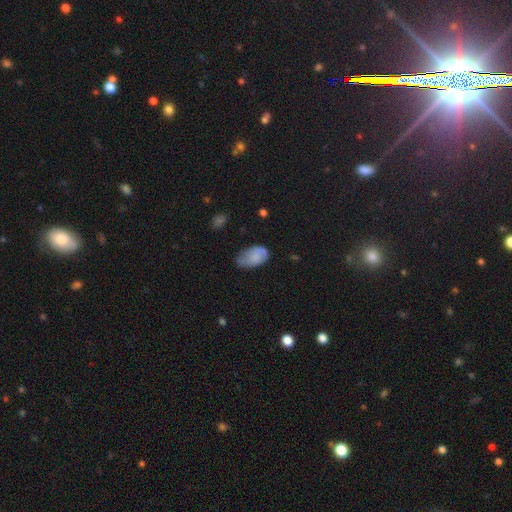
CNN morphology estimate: A smooth galaxy with no disk features (75%) that is in between round and cigar-shaped (93%).

Vote fractions:
- Smooth or featured? smooth: 75% / featured or disk: 17% / star or artifact: 8%
- How rounded? in between: 93% / round: 5% / cigar-shaped: 2%
- Merging? none: 46% / minor disturbance: 40% / major disturbance: 12% / merger: 2%